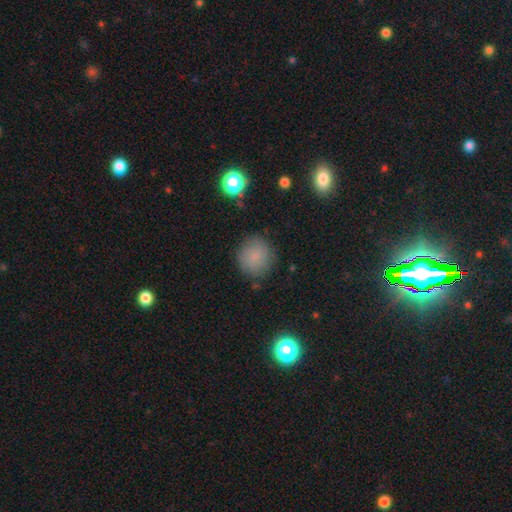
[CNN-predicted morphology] smooth-or-featured: smooth: 82% | star or artifact: 12% | featured or disk: 7%
  how-rounded: round: 89% | in between: 10% | cigar-shaped: 1%
  merging: none: 83% | minor disturbance: 12% | major disturbance: 3% | merger: 2%